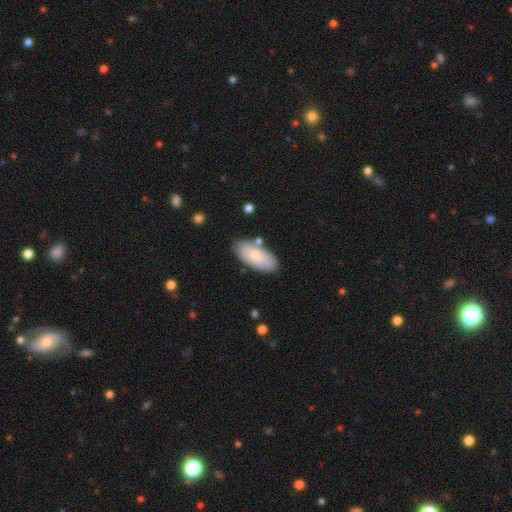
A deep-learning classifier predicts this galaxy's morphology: Smooth or featured: smooth — 72% (featured or disk — 22%)
How rounded: in between — 90% (cigar-shaped — 8%)
Merging: none — 79% (minor disturbance — 13%)